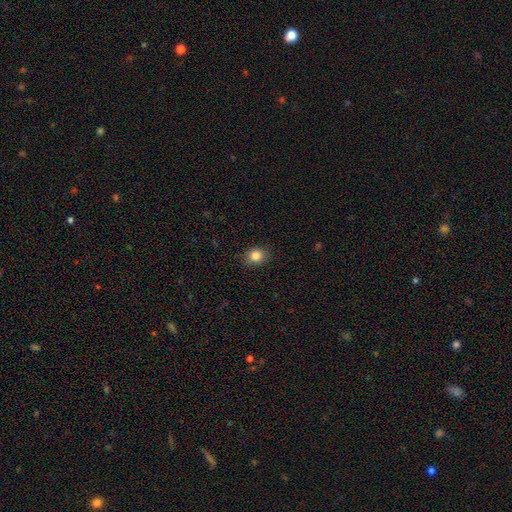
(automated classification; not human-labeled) A smooth galaxy with no disk features (85%) that is round (62%). Merging: none (86%).